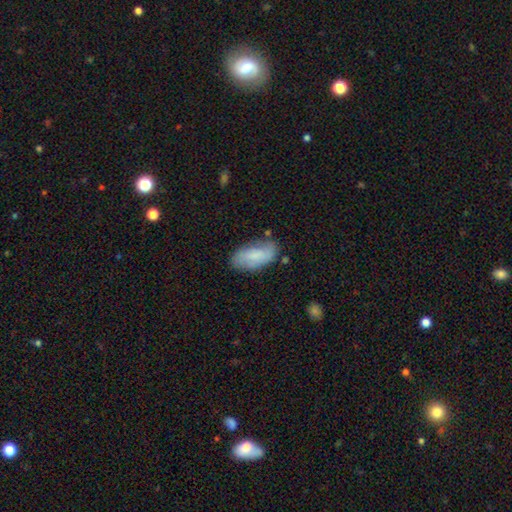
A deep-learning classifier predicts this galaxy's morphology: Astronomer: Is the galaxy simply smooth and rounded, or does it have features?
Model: smooth — 73%.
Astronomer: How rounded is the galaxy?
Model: in between — 89%.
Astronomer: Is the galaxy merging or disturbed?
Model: none — 69%.